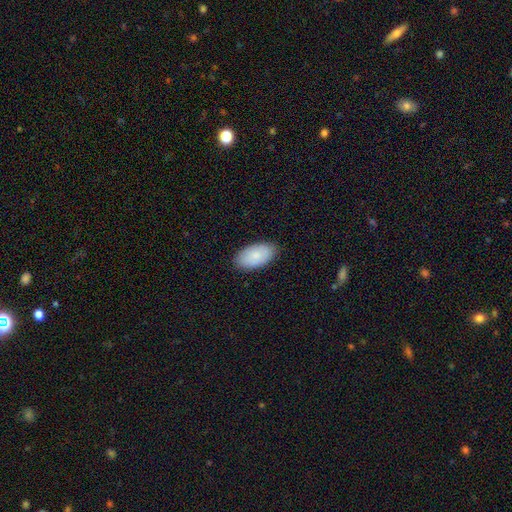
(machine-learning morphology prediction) smooth_or_featured: smooth (p=0.82) [alt: featured or disk p=0.12]
how_rounded: in between (p=0.95) [alt: round p=0.03]
merging: none (p=0.86) [alt: minor disturbance p=0.11]